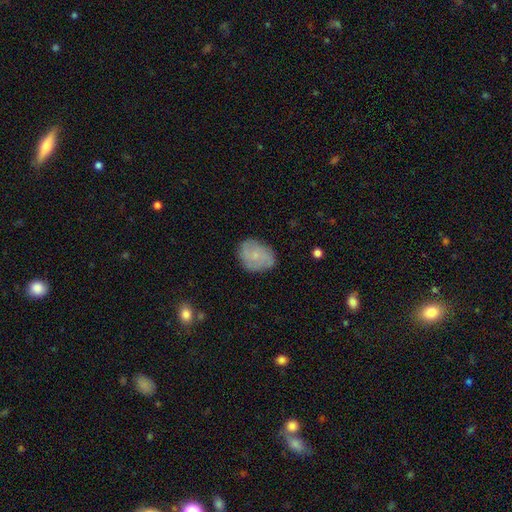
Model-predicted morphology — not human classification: Smooth or featured?
  - smooth: 50% *
  - featured or disk: 42%
  - star or artifact: 8%
Merging?
  - none: 76% *
  - minor disturbance: 18%
  - major disturbance: 4%
  - merger: 1%